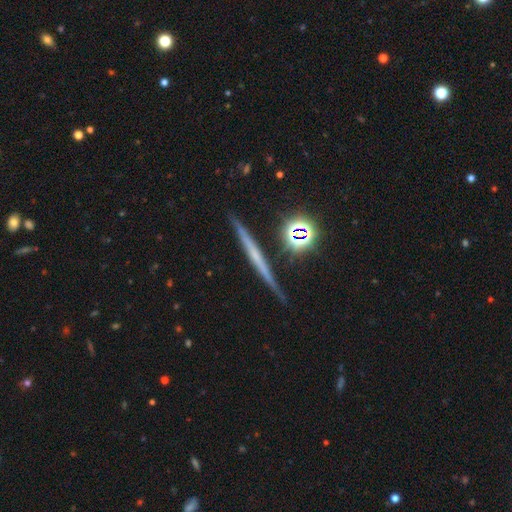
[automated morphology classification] Q: Smooth or featured?
A: featured or disk (58%); runner-up: smooth (30%)
Q: Edge-on disk?
A: yes (96%); runner-up: no (4%)
Q: Edge-on bulge?
A: none (81%); runner-up: rounded (13%)
Q: Merging?
A: none (86%); runner-up: minor disturbance (9%)